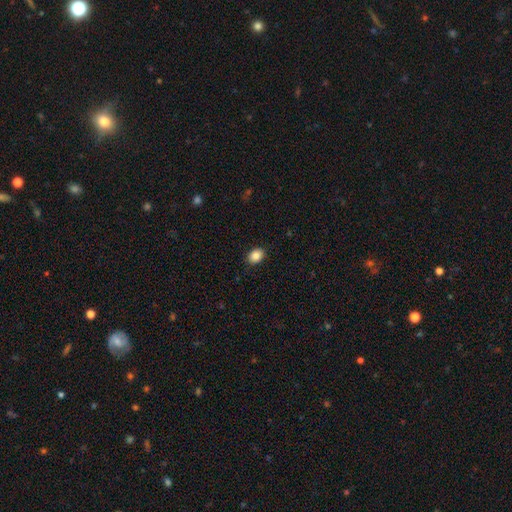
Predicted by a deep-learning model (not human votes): Smooth or featured: smooth — 86% (star or artifact — 9%)
How rounded: in between — 70% (round — 29%)
Merging: none — 89% (minor disturbance — 8%)